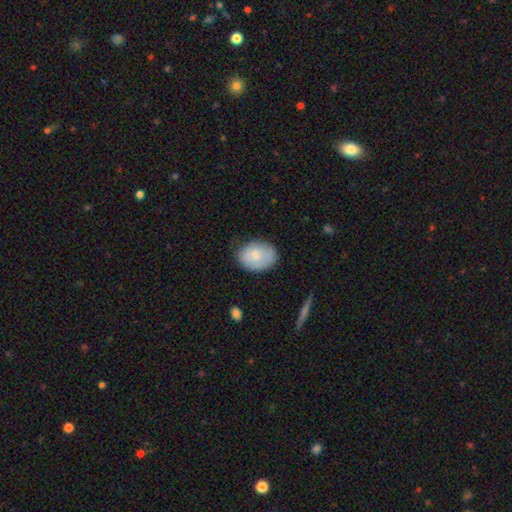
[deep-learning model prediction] Overall: smooth (75%). How rounded: in between (72%). Merging: none (74%).